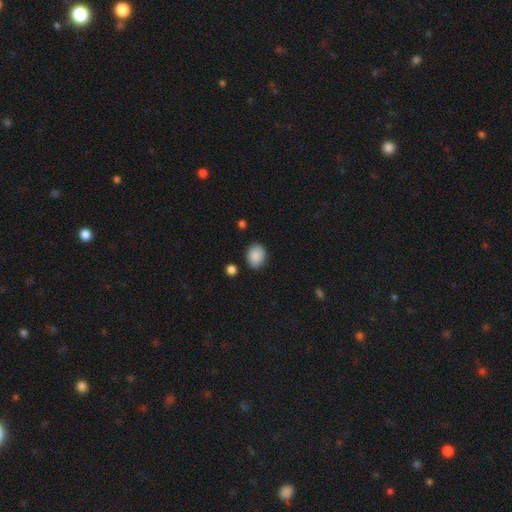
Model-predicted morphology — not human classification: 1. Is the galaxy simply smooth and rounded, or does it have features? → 89% smooth, 7% star or artifact, 4% featured or disk.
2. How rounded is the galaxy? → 65% in between, 34% round, 1% cigar-shaped.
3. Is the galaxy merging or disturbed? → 83% none, 12% minor disturbance, 3% major disturbance, 2% merger.